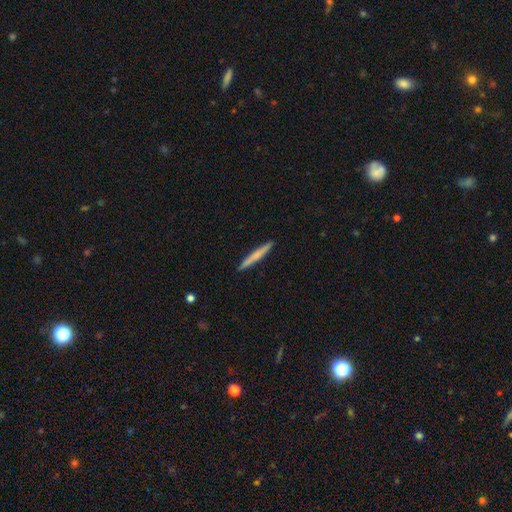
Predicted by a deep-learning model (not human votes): Smooth or featured: smooth — 64% (featured or disk — 30%)
How rounded: cigar-shaped — 96% (in between — 2%)
Merging: none — 92% (minor disturbance — 5%)